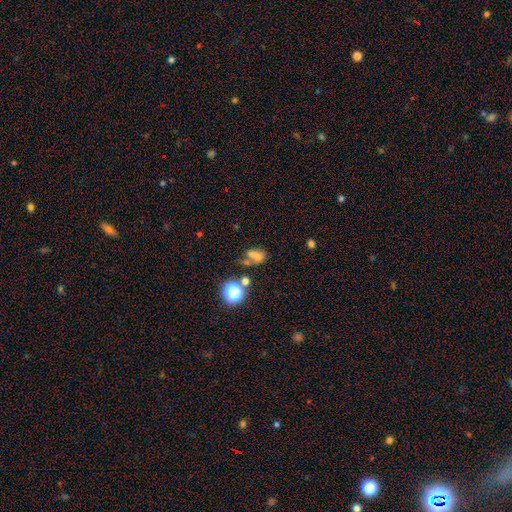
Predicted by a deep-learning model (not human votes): Smooth or featured? smooth (56%)
How rounded? in between (54%)
Merging? merger (45%)